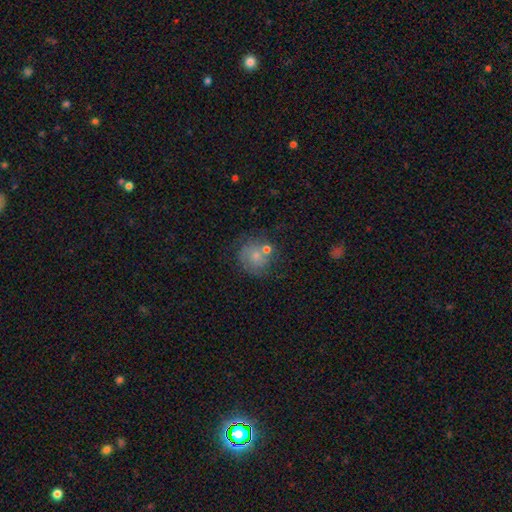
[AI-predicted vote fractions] smooth-or-featured: smooth: 46% | featured or disk: 37% | star or artifact: 17%
  merging: none: 66% | minor disturbance: 16% | merger: 11% | major disturbance: 7%